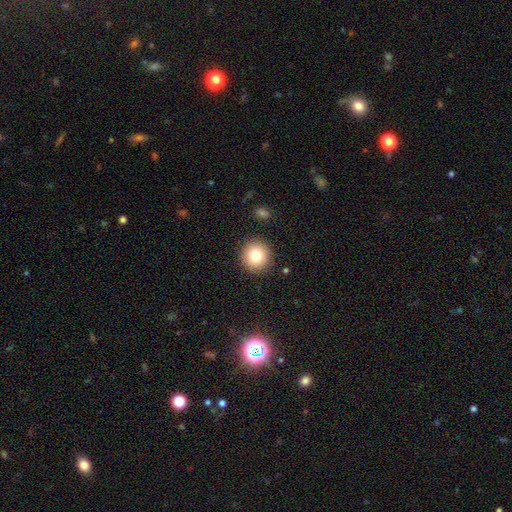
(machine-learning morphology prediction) smooth-or-featured: smooth: 81% | star or artifact: 10% | featured or disk: 9%
  how-rounded: round: 93% | in between: 6% | cigar-shaped: 1%
  merging: none: 90% | minor disturbance: 6% | major disturbance: 2% | merger: 1%